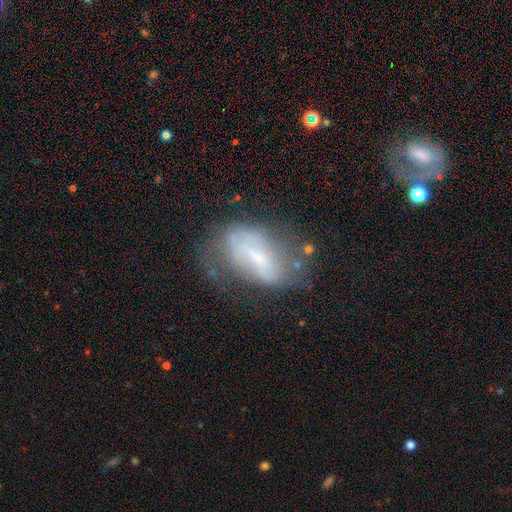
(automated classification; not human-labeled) This appears to be a featured or disk galaxy (54%). Merging: none (39%).